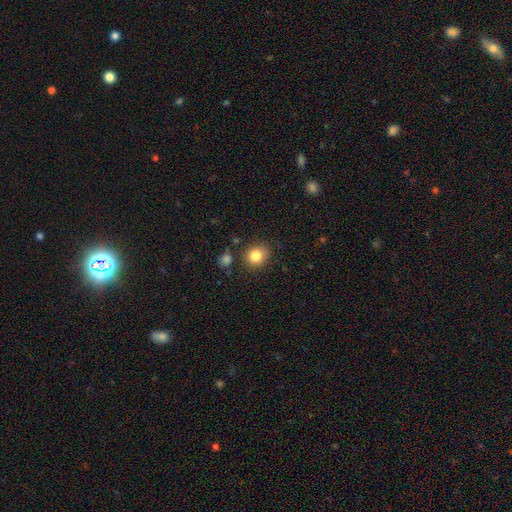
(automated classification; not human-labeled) Smooth or featured? Predicted: smooth (p=0.84). How rounded? Predicted: round (p=0.81). Merging? Predicted: none (p=0.82).